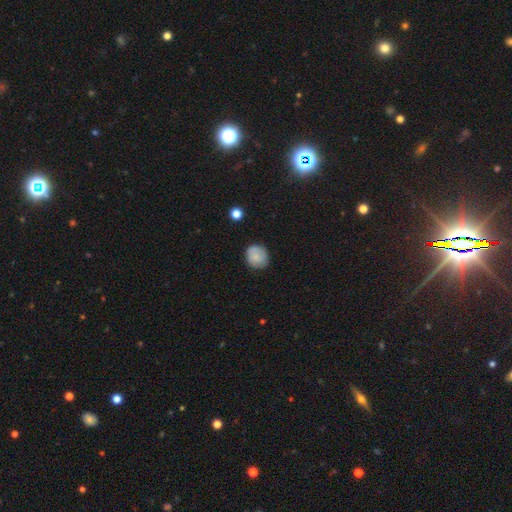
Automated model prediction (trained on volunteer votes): Overall: smooth (76%). How rounded: round (79%). Merging: none (78%).